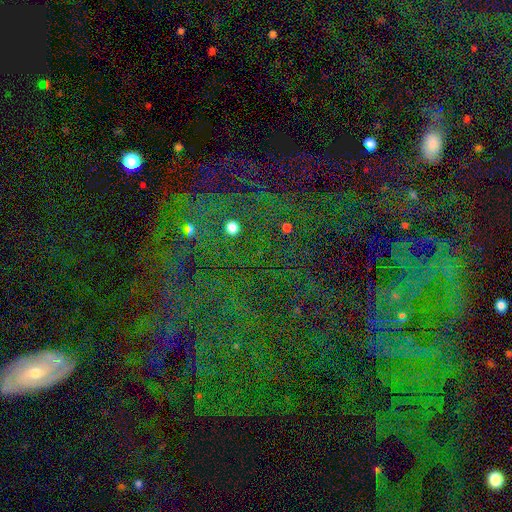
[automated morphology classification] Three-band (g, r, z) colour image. It shows a star or artifact, not a galaxy (78%).